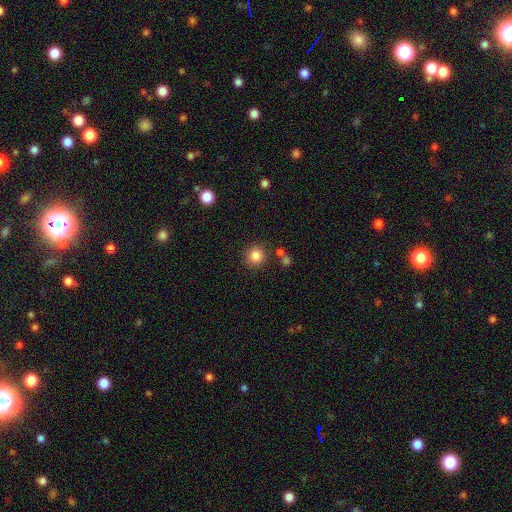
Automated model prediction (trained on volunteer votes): Smooth or featured? Predicted: smooth (p=0.84). How rounded? Predicted: round (p=0.93). Merging? Predicted: none (p=0.84).